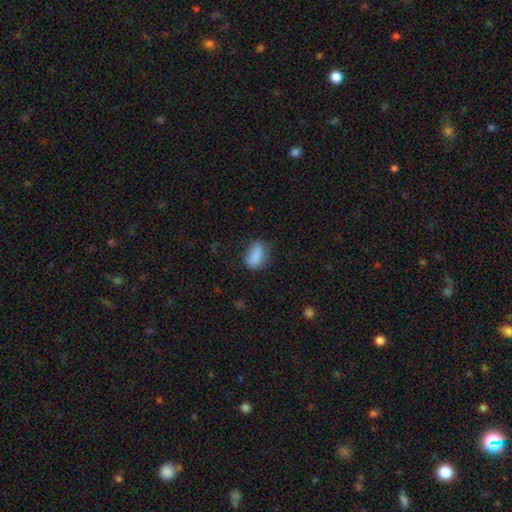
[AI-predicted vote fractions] This is clearly a smooth galaxy (85%). How rounded: clearly in between (86%). Merging: likely none (68%).